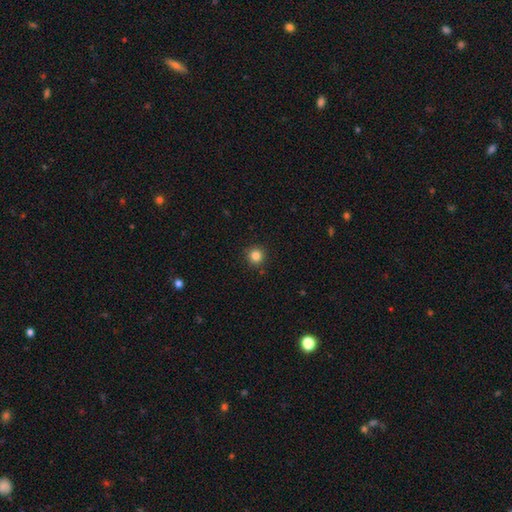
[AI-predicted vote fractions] smooth 84%, star or artifact 12%, featured or disk 4%. Down the decision tree: how rounded — round (95%); merging — none (91%).